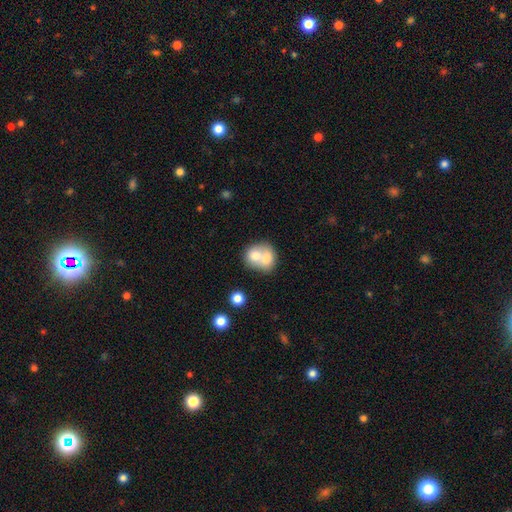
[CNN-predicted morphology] Q: Smooth or featured?
A: smooth (68%); runner-up: featured or disk (24%)
Q: How rounded?
A: round (67%); runner-up: in between (32%)
Q: Merging?
A: merger (71%); runner-up: none (21%)